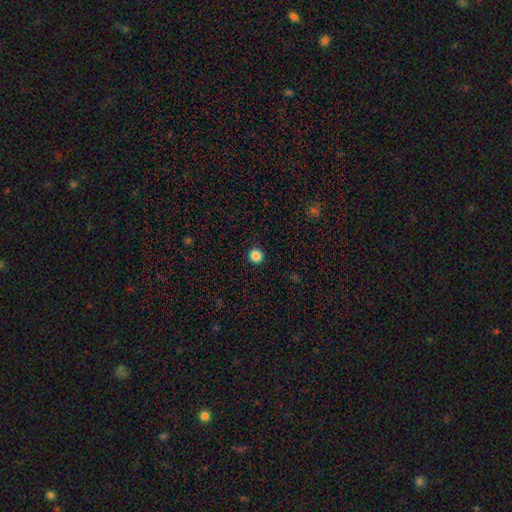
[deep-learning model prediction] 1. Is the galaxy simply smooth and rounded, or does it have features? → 86% smooth, 11% star or artifact, 3% featured or disk.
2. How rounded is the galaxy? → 91% round, 8% in between, 1% cigar-shaped.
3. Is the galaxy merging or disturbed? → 93% none, 4% minor disturbance, 2% major disturbance, 1% merger.